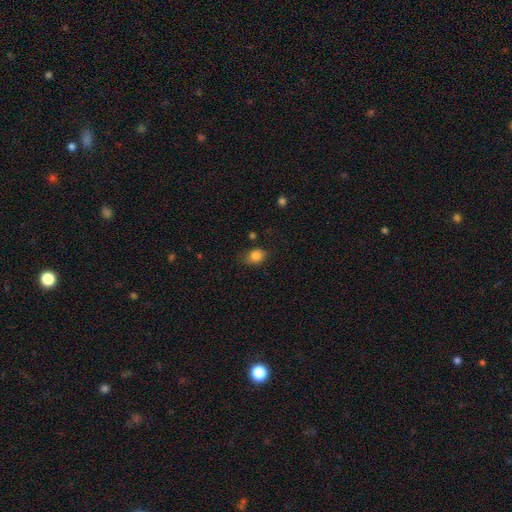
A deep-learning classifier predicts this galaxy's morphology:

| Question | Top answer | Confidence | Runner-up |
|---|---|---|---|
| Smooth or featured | smooth | 84% | star or artifact (10%) |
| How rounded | in between | 67% | round (32%) |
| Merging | none | 73% | minor disturbance (21%) |